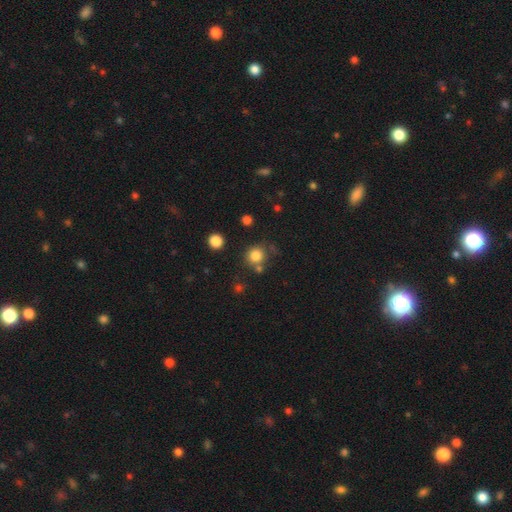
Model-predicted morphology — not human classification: The model was most divided on "merging": none: 72%, merger: 12%, minor disturbance: 11%, major disturbance: 4%. More confident: how rounded — round (90%); smooth or featured — smooth (81%).